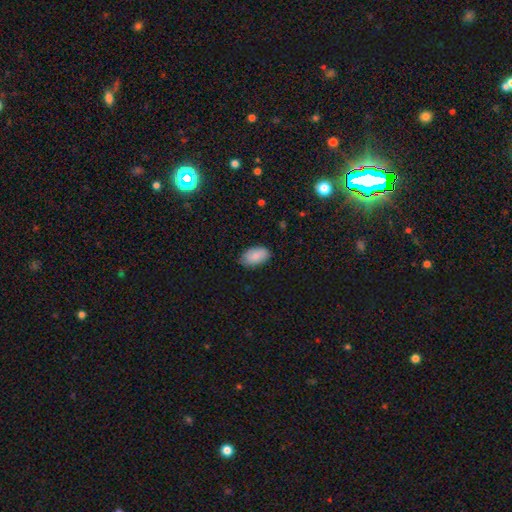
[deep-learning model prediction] smooth 86%, featured or disk 7%, star or artifact 7%. Down the decision tree: how rounded — in between (94%); merging — none (79%).